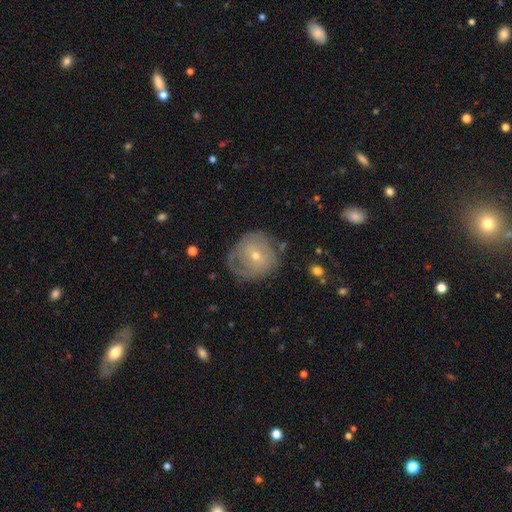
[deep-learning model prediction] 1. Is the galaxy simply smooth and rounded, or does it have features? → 61% featured or disk, 30% smooth, 9% star or artifact.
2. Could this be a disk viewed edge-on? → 96% no, 4% yes.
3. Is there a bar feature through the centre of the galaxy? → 72% no, 22% weak, 5% strong.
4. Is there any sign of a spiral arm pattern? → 68% yes, 32% no.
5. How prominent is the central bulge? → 62% small, 35% moderate, 1% large, 1% none, 1% dominant.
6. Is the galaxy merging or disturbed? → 62% none, 23% minor disturbance, 13% major disturbance, 2% merger.